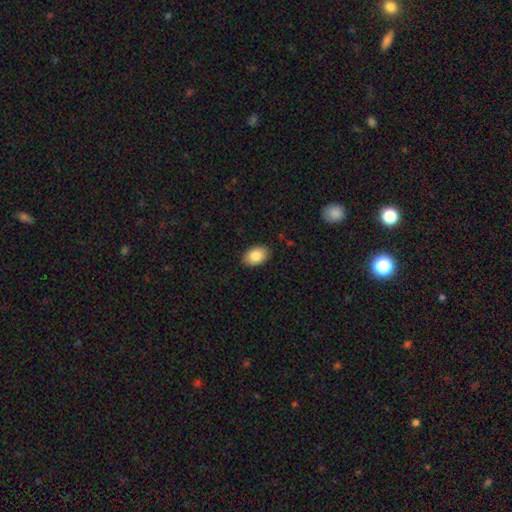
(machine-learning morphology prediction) smooth 85%, featured or disk 8%, star or artifact 7%. Down the decision tree: how rounded — in between (85%); merging — none (88%).